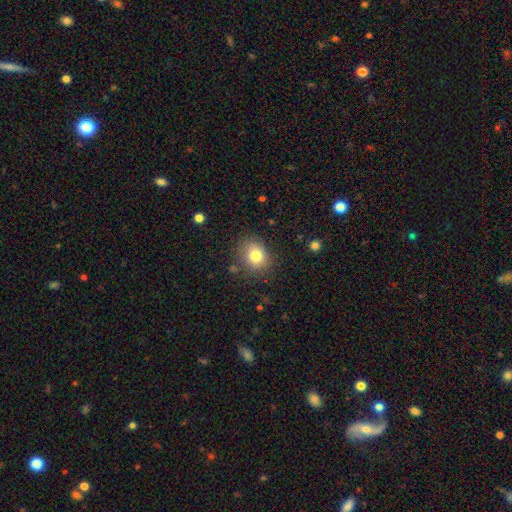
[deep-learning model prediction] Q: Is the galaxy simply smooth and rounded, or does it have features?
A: smooth — 78%.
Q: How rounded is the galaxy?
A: round — 66%.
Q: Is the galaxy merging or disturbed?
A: none — 82%.